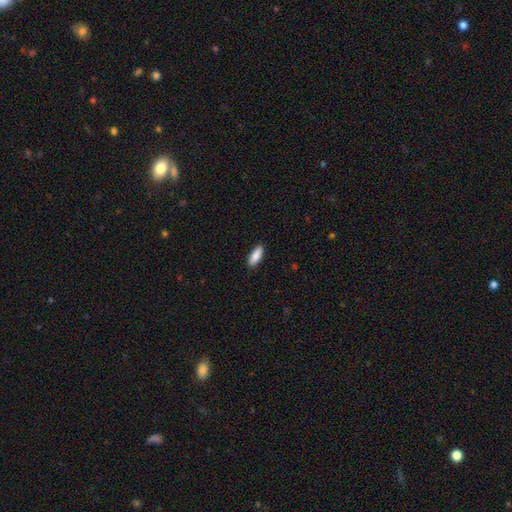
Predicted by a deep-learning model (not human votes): This appears to be a smooth galaxy with no disk features (87%) that is in between round and cigar-shaped (67%). Merging: none (90%).